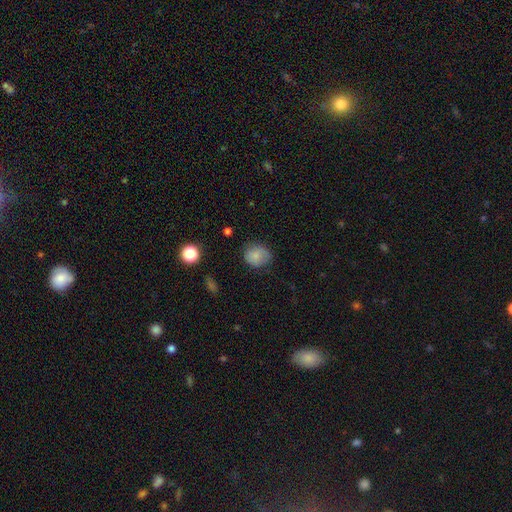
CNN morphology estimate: Overall: smooth (80%). How rounded: round (61%; in between 38%). Merging: none (65%; minor disturbance 26%).